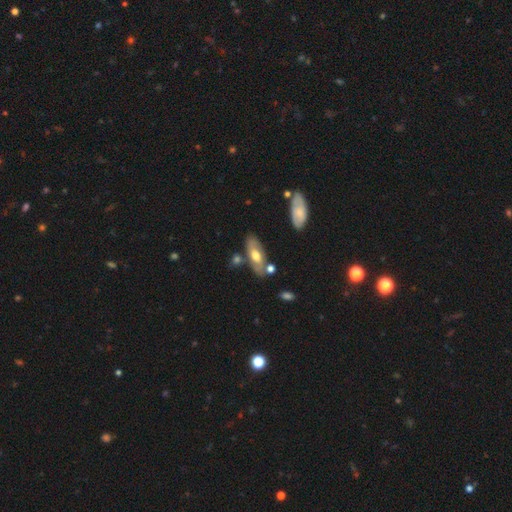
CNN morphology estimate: A featured or disk galaxy (50%).

Vote fractions:
- Smooth or featured? featured or disk: 50% / smooth: 45% / star or artifact: 6%
- Merging? none: 71% / minor disturbance: 15% / merger: 10% / major disturbance: 4%